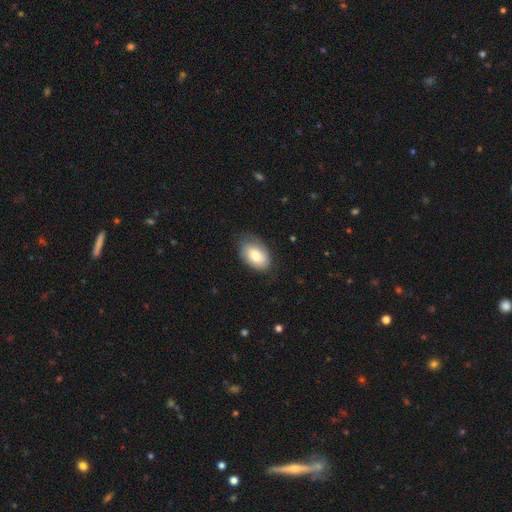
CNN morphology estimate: A smooth galaxy with no disk features (78%) that is in between round and cigar-shaped (91%).

Vote fractions:
- Smooth or featured? smooth: 78% / featured or disk: 16% / star or artifact: 6%
- How rounded? in between: 91% / round: 8% / cigar-shaped: 1%
- Merging? none: 72% / minor disturbance: 22% / major disturbance: 5% / merger: 1%